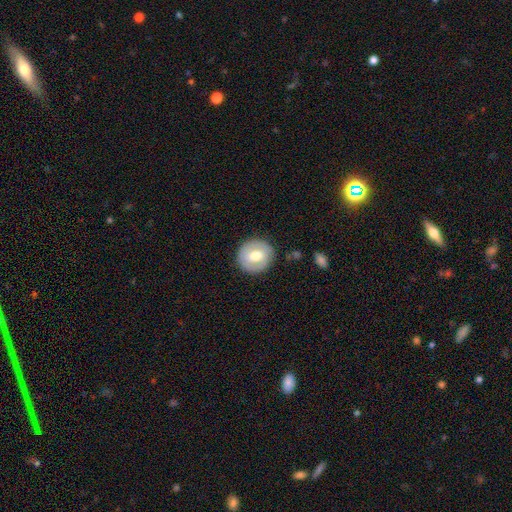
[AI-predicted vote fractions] Morphology: type=smooth (56%); roundness=round (87%); merging=none (86%).